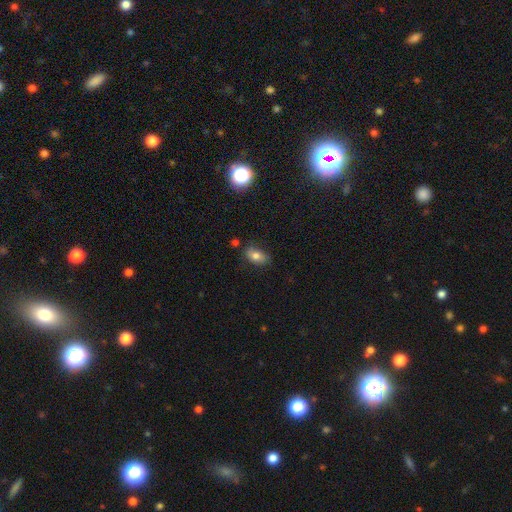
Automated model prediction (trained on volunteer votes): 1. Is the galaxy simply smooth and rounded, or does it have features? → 76% smooth, 13% featured or disk, 11% star or artifact.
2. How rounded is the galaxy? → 88% in between, 10% round, 2% cigar-shaped.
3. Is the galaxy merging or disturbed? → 75% none, 19% minor disturbance, 4% major disturbance, 3% merger.